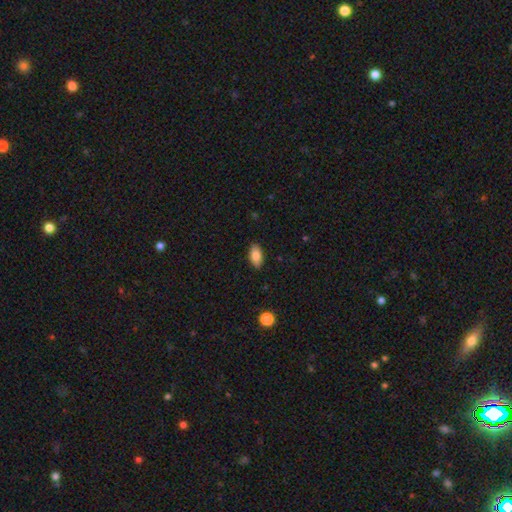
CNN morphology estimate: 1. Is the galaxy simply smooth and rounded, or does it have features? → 84% smooth, 9% featured or disk, 7% star or artifact.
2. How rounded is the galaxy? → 91% in between, 5% cigar-shaped, 4% round.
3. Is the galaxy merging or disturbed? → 87% none, 10% minor disturbance, 2% major disturbance, 1% merger.